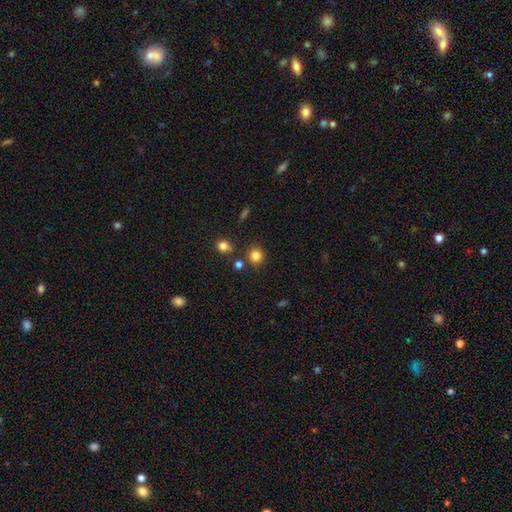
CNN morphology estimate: Smooth or featured?
  - smooth: 83% *
  - star or artifact: 12%
  - featured or disk: 5%
How rounded?
  - round: 90% *
  - in between: 9%
  - cigar-shaped: 1%
Merging?
  - none: 84% *
  - minor disturbance: 7%
  - merger: 6%
  - major disturbance: 3%